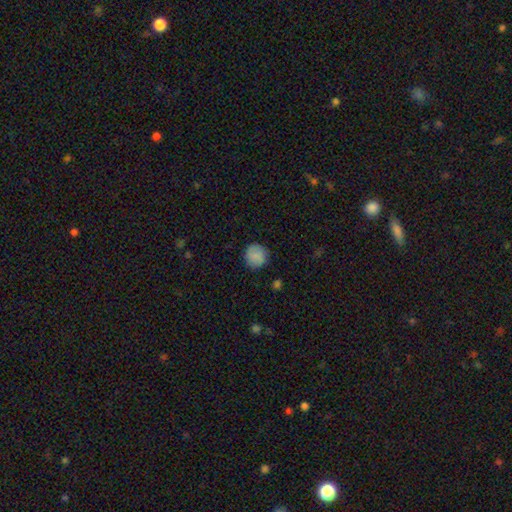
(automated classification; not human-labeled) Smooth or featured: smooth — 81% (featured or disk — 11%)
How rounded: round — 92% (in between — 7%)
Merging: none — 86% (minor disturbance — 10%)